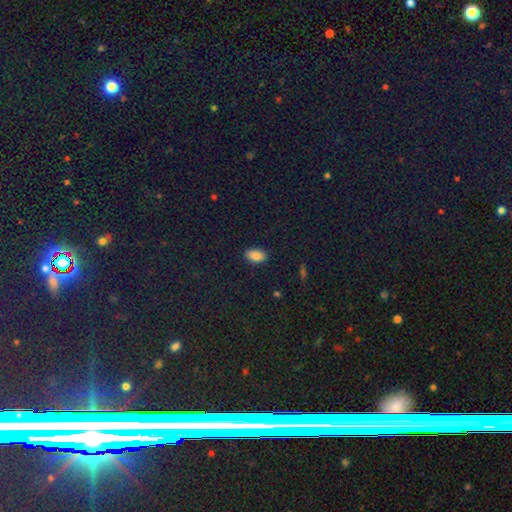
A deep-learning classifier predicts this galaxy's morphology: type=smooth (85%); roundness=in between (93%); merging=none (88%).